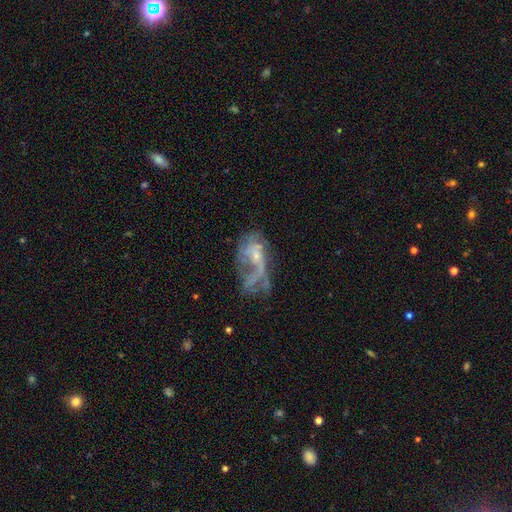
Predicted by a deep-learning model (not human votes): smooth_or_featured: featured or disk (p=0.69) [alt: smooth p=0.19]
disk_edge_on: no (p=0.96) [alt: yes p=0.04]
bar: no (p=0.70) [alt: weak p=0.25]
has_spiral_arms: yes (p=0.56) [alt: no p=0.44]
bulge_size: small (p=0.57) [alt: moderate p=0.24]
merging: major disturbance (p=0.41) [alt: none p=0.30]